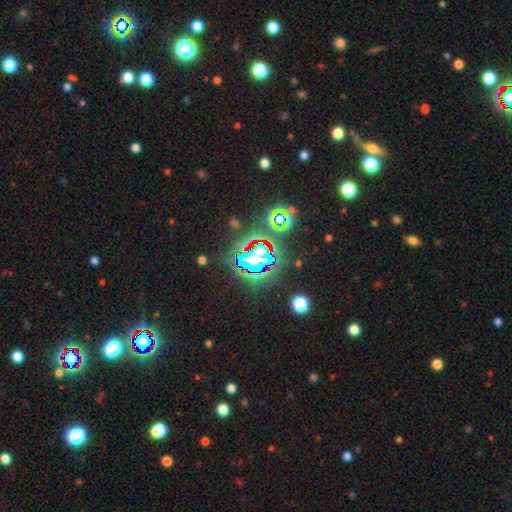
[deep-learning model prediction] Morphology: type=star or artifact (78%).